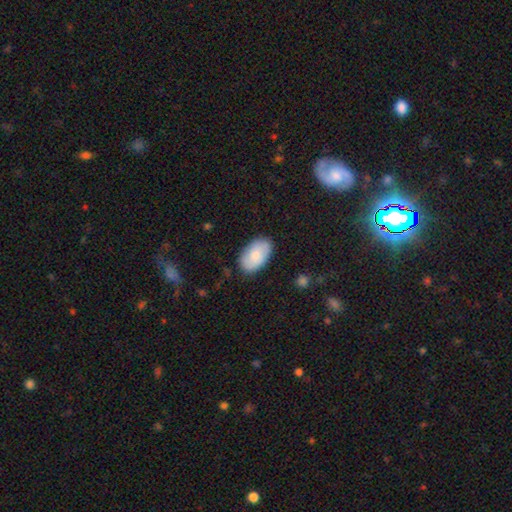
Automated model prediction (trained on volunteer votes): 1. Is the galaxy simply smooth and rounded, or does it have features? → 83% smooth, 12% featured or disk, 6% star or artifact.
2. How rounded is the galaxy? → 94% in between, 5% round, 1% cigar-shaped.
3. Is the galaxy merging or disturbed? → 84% none, 12% minor disturbance, 3% major disturbance, 1% merger.